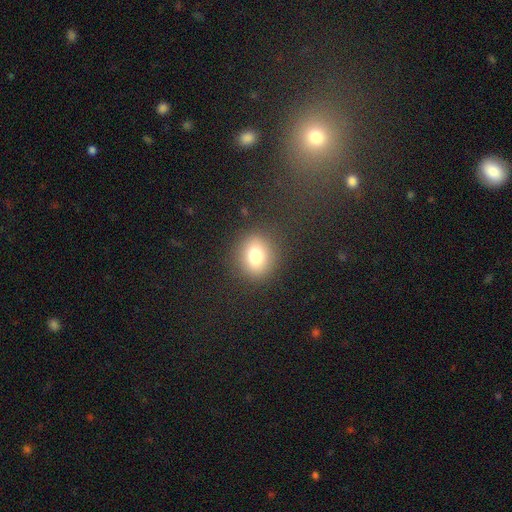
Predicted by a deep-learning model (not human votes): The model was most divided on "how rounded": round: 67%, in between: 32%, cigar-shaped: 1%. More confident: merging — none (86%); smooth or featured — smooth (77%).